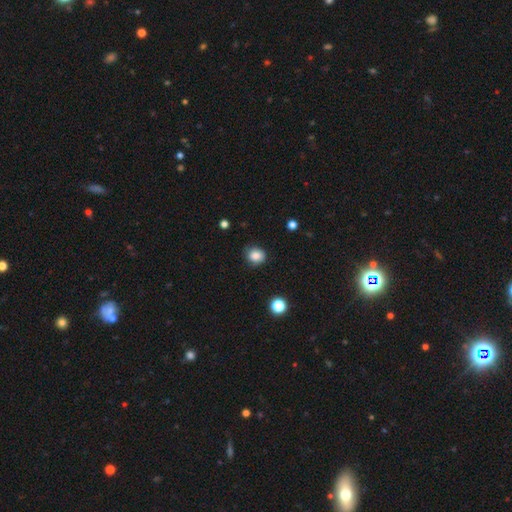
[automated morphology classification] This is clearly a smooth galaxy (84%). How rounded: likely round (72%). Merging: likely none (77%).